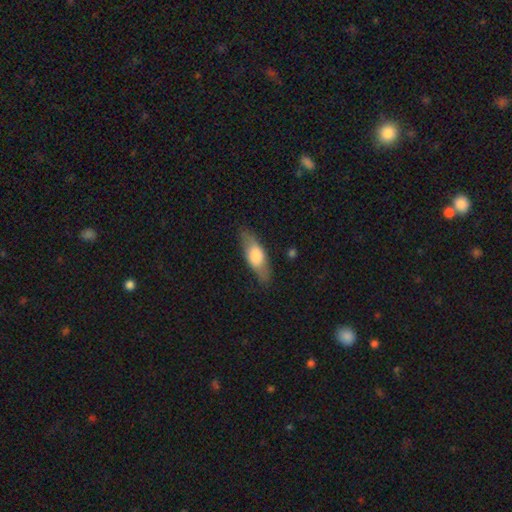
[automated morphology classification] This appears to be a smooth galaxy with no disk features (61%) that is in between round and cigar-shaped (61%). Merging: none (79%).